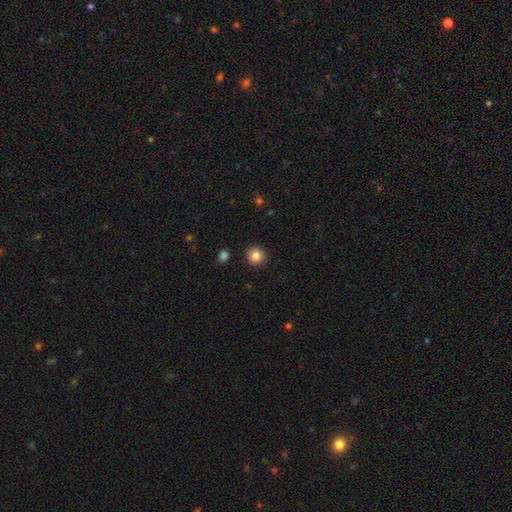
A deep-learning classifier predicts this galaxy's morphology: A smooth galaxy with no disk features (84%) that is round (92%).

Vote fractions:
- Smooth or featured? smooth: 84% / star or artifact: 9% / featured or disk: 6%
- How rounded? round: 92% / in between: 7% / cigar-shaped: 1%
- Merging? none: 91% / minor disturbance: 6% / major disturbance: 2% / merger: 1%